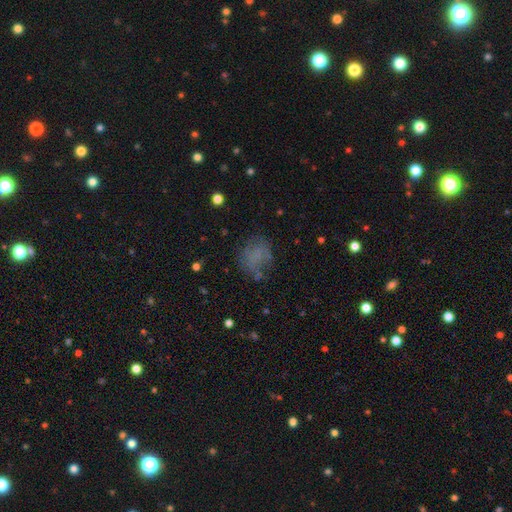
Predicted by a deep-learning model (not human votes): Smooth or featured: smooth — 58% (featured or disk — 25%)
How rounded: round — 52% (in between — 46%)
Merging: none — 56% (minor disturbance — 22%)